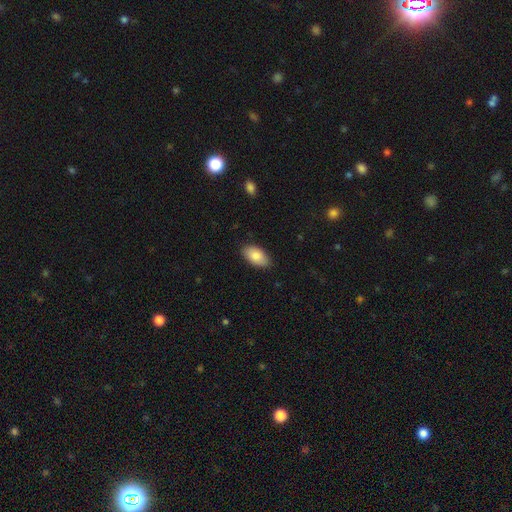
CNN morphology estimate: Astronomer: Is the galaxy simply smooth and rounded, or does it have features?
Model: smooth — 85%.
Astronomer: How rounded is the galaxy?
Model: in between — 95%.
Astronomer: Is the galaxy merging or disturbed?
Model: none — 86%.